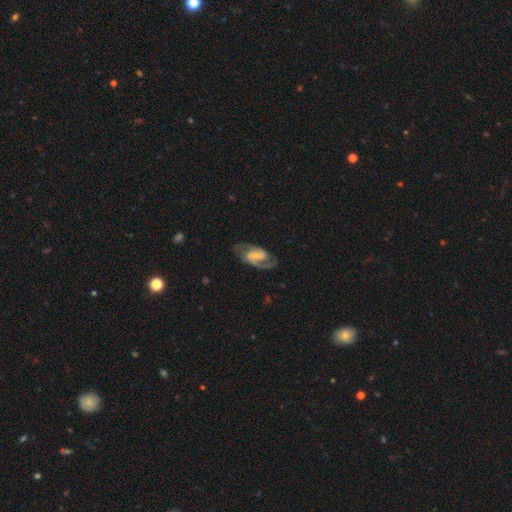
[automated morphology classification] Q: Smooth or featured?
A: featured or disk (89%); runner-up: smooth (7%)
Q: Edge-on disk?
A: no (97%); runner-up: yes (3%)
Q: Bar?
A: weak (48%); runner-up: strong (32%)
Q: Spiral arms?
A: yes (97%); runner-up: no (3%)
Q: Spiral winding?
A: medium (57%); runner-up: tight (30%)
Q: Spiral arm count?
A: 2 (92%); runner-up: can't tell (3%)
Q: Bulge size?
A: small (50%); runner-up: moderate (31%)
Q: Merging?
A: none (81%); runner-up: minor disturbance (13%)